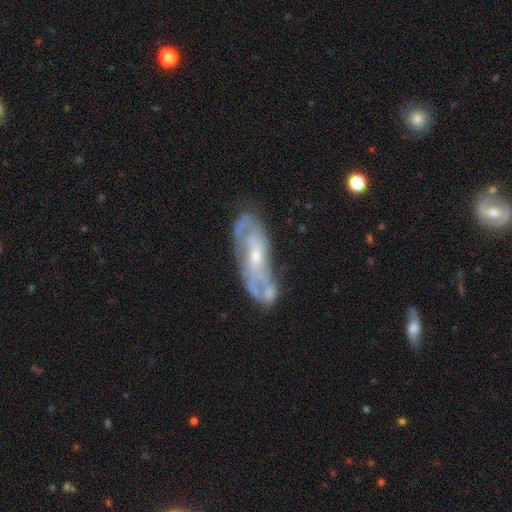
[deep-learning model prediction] Overall: featured or disk (76%). Edge-on disk: no (86%). Bar: no (61%; weak 30%). Spiral arms: yes (70%). Bulge size: small (65%; moderate 30%). Merging: none (54%; minor disturbance 24%).